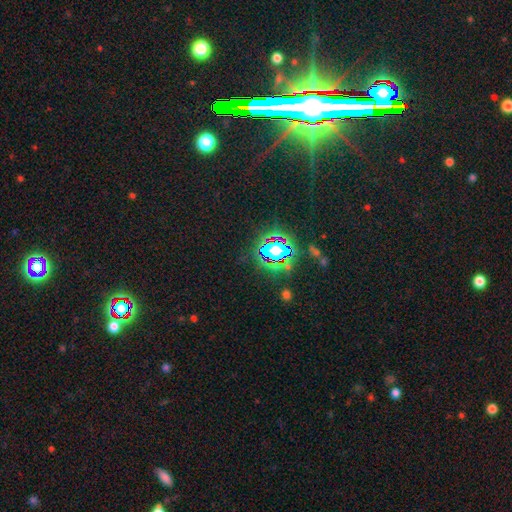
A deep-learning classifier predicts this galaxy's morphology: Smooth or featured? star or artifact (81%)